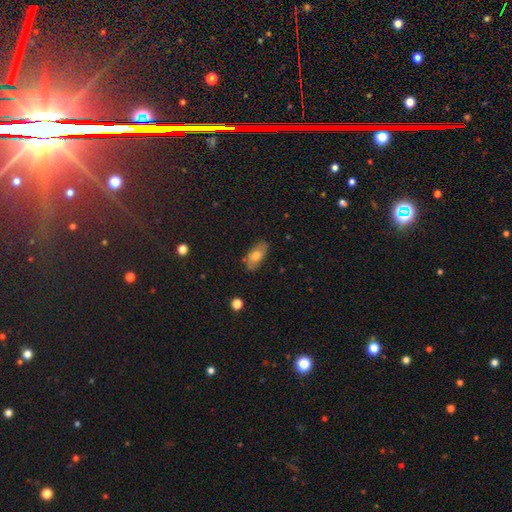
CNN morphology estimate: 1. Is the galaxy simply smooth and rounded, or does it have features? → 67% smooth, 25% featured or disk, 8% star or artifact.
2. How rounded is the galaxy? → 88% in between, 8% cigar-shaped, 4% round.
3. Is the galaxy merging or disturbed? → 81% none, 15% minor disturbance, 3% major disturbance, 2% merger.